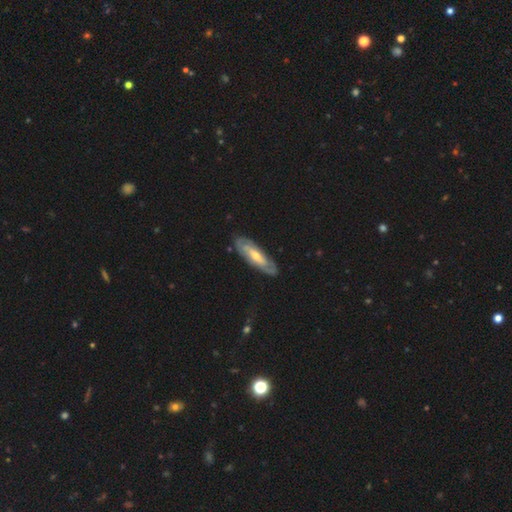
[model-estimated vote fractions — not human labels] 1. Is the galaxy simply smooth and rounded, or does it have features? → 70% featured or disk, 25% smooth, 5% star or artifact.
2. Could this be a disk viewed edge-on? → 74% no, 26% yes.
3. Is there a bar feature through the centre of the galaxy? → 46% no, 37% weak, 17% strong.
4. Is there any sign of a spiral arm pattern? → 76% yes, 24% no.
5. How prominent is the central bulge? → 56% moderate, 38% small, 4% large, 1% none, 1% dominant.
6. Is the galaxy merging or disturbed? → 82% none, 13% minor disturbance, 3% major disturbance, 1% merger.